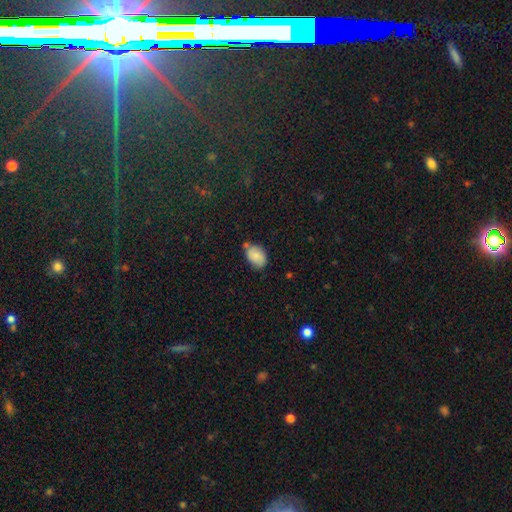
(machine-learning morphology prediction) A smooth galaxy with no disk features (78%) that is in between round and cigar-shaped (84%). Merging: none (64%).